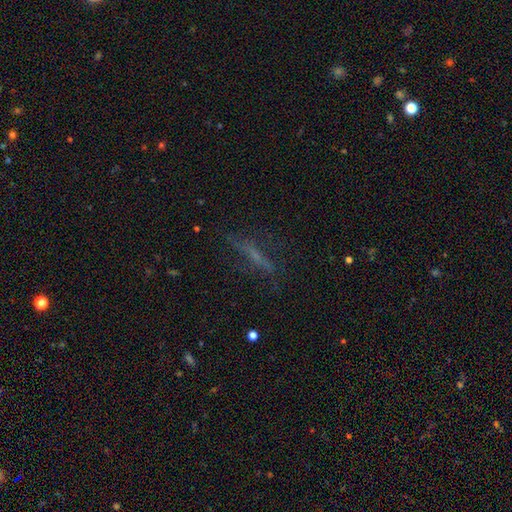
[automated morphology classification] A featured or disk galaxy (48%). Merging: none (73%).